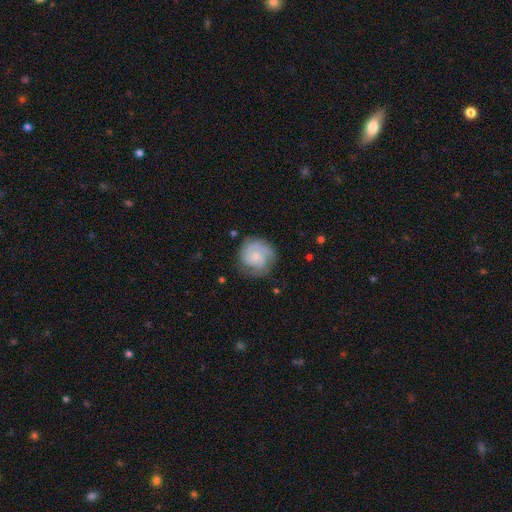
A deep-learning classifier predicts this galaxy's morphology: smooth-or-featured: featured or disk: 66% | smooth: 27% | star or artifact: 6%
  disk-edge-on: no: 98% | yes: 2%
    bar: no: 74% | weak: 23% | strong: 3%
    has-spiral-arms: yes: 93% | no: 7%
      spiral-winding: tight: 57% | medium: 33% | loose: 10%
      spiral-arm-count: 3: 30% | 2: 28% | can't tell: 25% | 1: 7% | 4: 6% | more than 4: 4%
    bulge-size: small: 63% | moderate: 21% | none: 12% | large: 2% | dominant: 1%
  merging: none: 73% | minor disturbance: 18% | major disturbance: 8% | merger: 2%